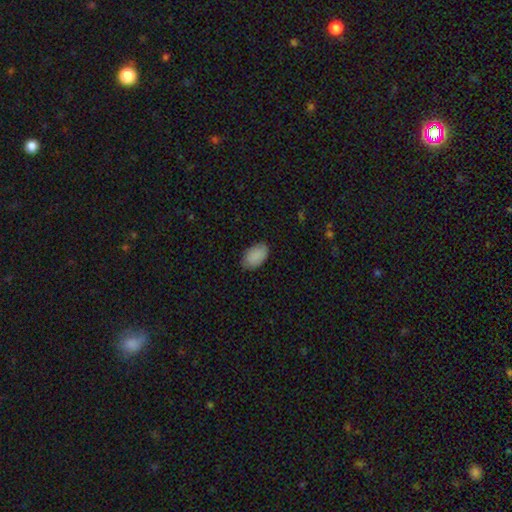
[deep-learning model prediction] Q: Smooth or featured?
A: smooth (90%); runner-up: star or artifact (6%)
Q: How rounded?
A: in between (93%); runner-up: round (6%)
Q: Merging?
A: none (81%); runner-up: minor disturbance (15%)